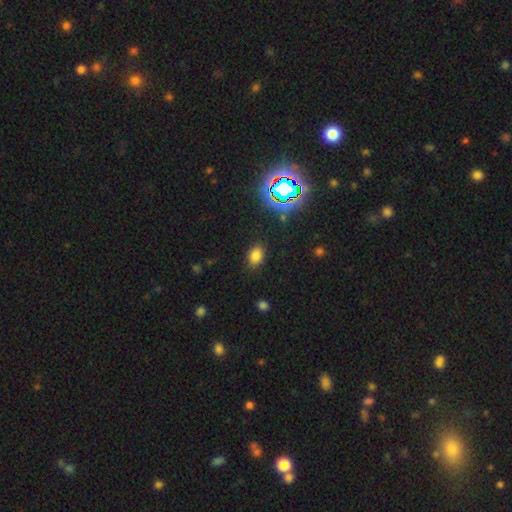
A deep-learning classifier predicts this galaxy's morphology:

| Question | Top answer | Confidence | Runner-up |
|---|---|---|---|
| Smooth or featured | smooth | 74% | star or artifact (20%) |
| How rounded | in between | 74% | round (24%) |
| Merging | none | 85% | minor disturbance (10%) |